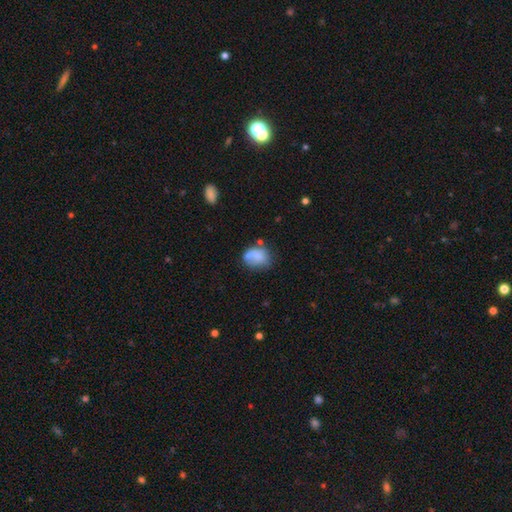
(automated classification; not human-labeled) smooth-or-featured: smooth: 73% | featured or disk: 17% | star or artifact: 10%
  how-rounded: in between: 57% | round: 42% | cigar-shaped: 1%
  merging: none: 43% | minor disturbance: 27% | merger: 15% | major disturbance: 15%